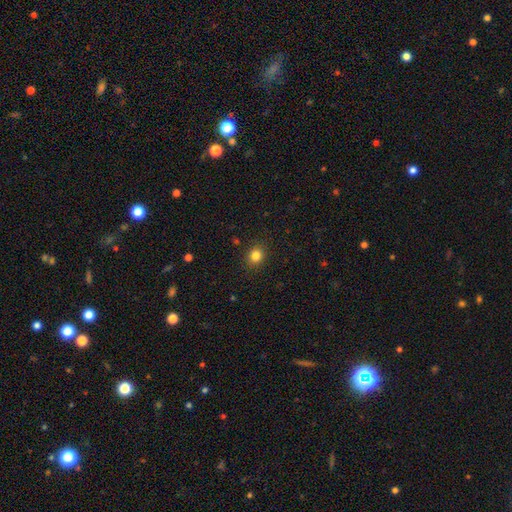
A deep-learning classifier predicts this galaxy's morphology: Smooth or featured? smooth (83%)
How rounded? round (75%)
Merging? none (89%)